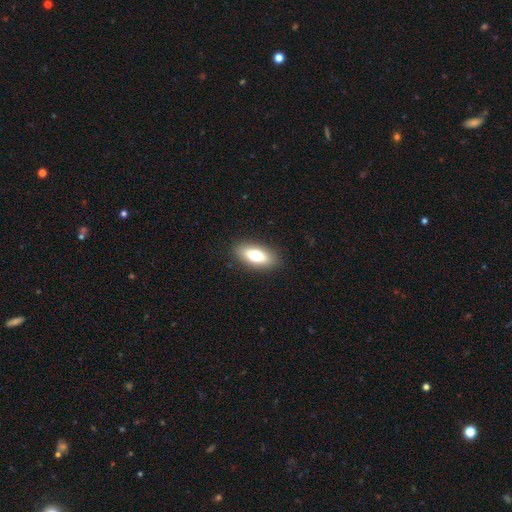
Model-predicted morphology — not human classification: This appears to be a smooth galaxy with no disk features (73%) that is in between round and cigar-shaped (79%). Merging: none (88%).